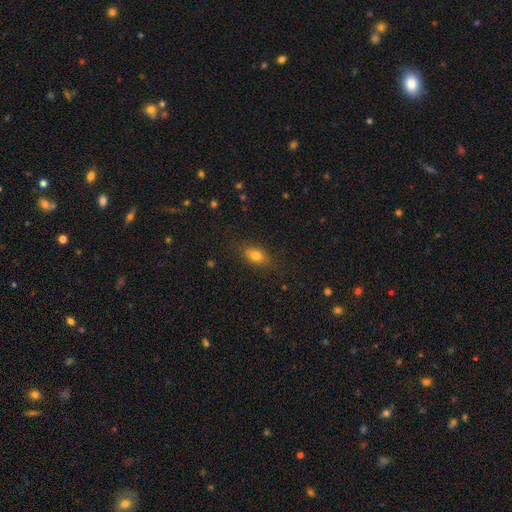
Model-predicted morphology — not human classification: smooth 77%, featured or disk 13%, star or artifact 10%. Down the decision tree: how rounded — in between (79%); merging — none (82%).